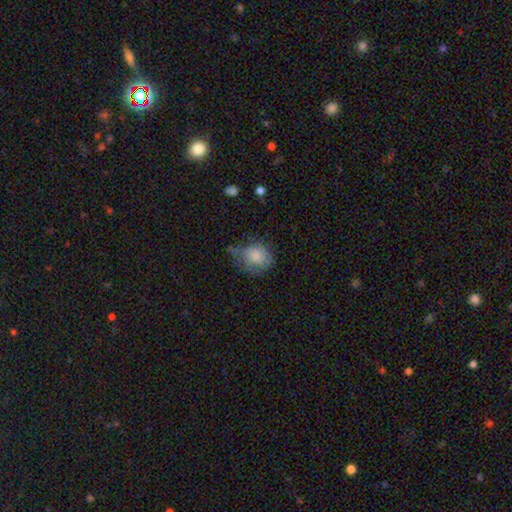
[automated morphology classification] Smooth or featured: smooth — 76% (featured or disk — 16%)
How rounded: round — 59% (in between — 40%)
Merging: minor disturbance — 39% (none — 35%)